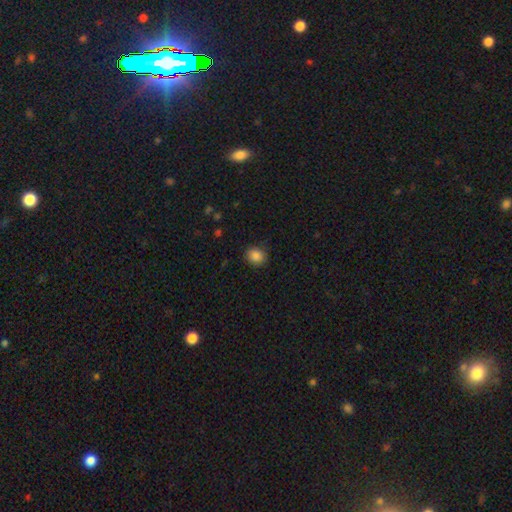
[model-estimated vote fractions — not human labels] The model was most divided on "how rounded": round: 78%, in between: 21%, cigar-shaped: 1%. More confident: merging — none (86%); smooth or featured — smooth (86%).